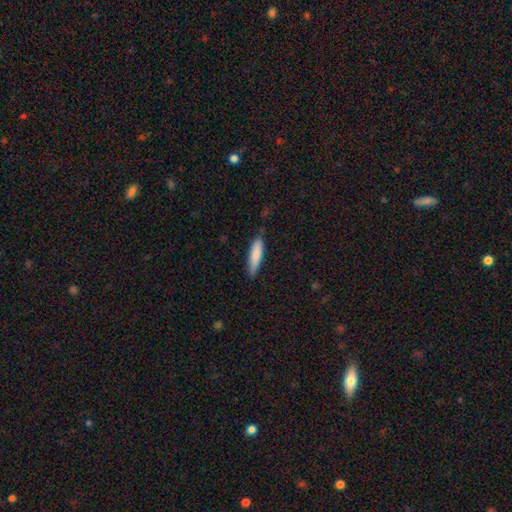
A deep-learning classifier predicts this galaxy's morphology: Smooth or featured?
  - smooth: 79% *
  - featured or disk: 15%
  - star or artifact: 5%
How rounded?
  - cigar-shaped: 79% *
  - in between: 19%
  - round: 1%
Merging?
  - none: 78% *
  - minor disturbance: 17%
  - major disturbance: 3%
  - merger: 2%